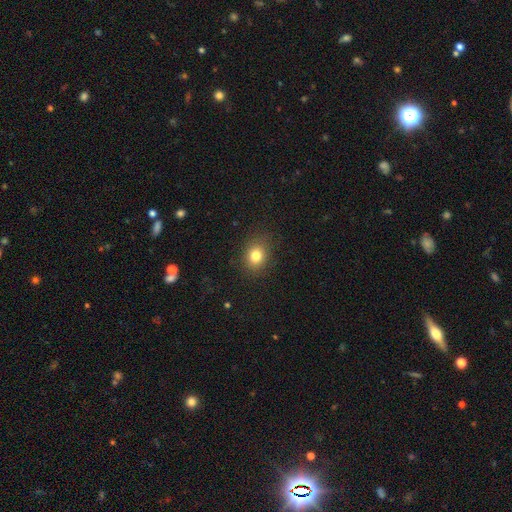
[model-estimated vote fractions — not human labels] Overall: smooth (80%). How rounded: round (56%; in between 43%). Merging: none (86%).